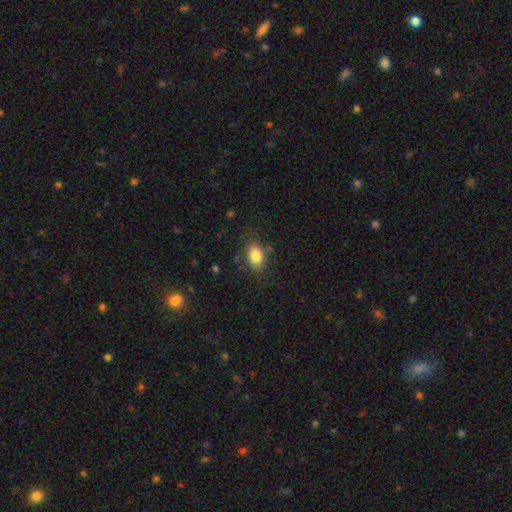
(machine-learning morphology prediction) Smooth or featured? Predicted: smooth (p=0.83). How rounded? Predicted: in between (p=0.81). Merging? Predicted: none (p=0.78).